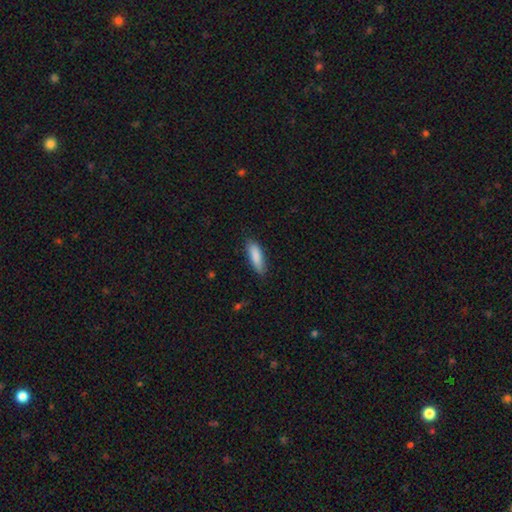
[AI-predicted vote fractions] smooth 87%, featured or disk 7%, star or artifact 6%. Down the decision tree: how rounded — in between (50%); merging — none (81%).